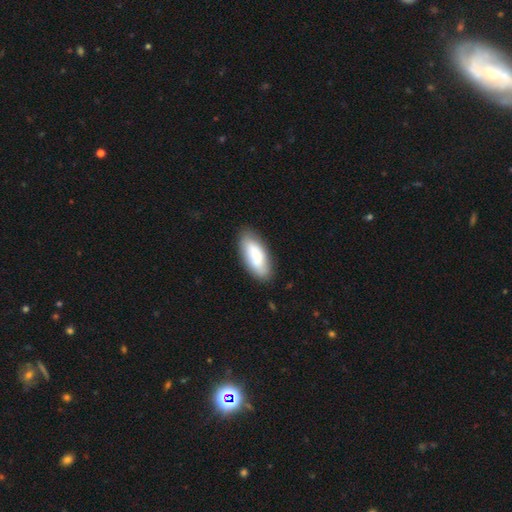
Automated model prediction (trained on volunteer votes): A smooth galaxy with no disk features (81%) that is in between round and cigar-shaped (86%).

Vote fractions:
- Smooth or featured? smooth: 81% / featured or disk: 12% / star or artifact: 6%
- How rounded? in between: 86% / cigar-shaped: 12% / round: 2%
- Merging? none: 80% / minor disturbance: 15% / major disturbance: 4% / merger: 2%